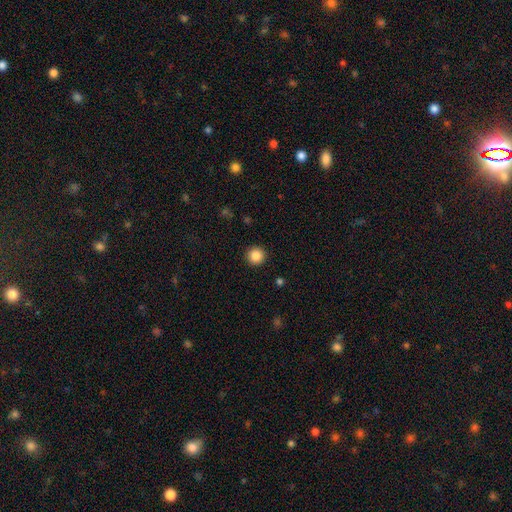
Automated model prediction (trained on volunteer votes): A smooth galaxy with no disk features (86%) that is round (95%).

Vote fractions:
- Smooth or featured? smooth: 86% / star or artifact: 10% / featured or disk: 4%
- How rounded? round: 95% / in between: 4% / cigar-shaped: 1%
- Merging? none: 93% / minor disturbance: 5% / major disturbance: 2% / merger: 1%